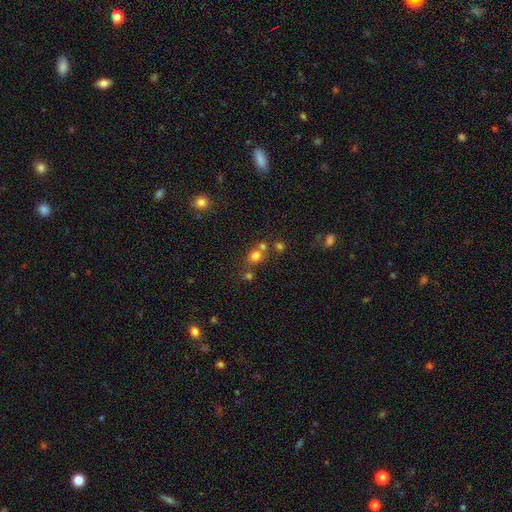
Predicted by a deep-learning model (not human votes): Smooth or featured? smooth (72%)
How rounded? round (77%)
Merging? none (57%)